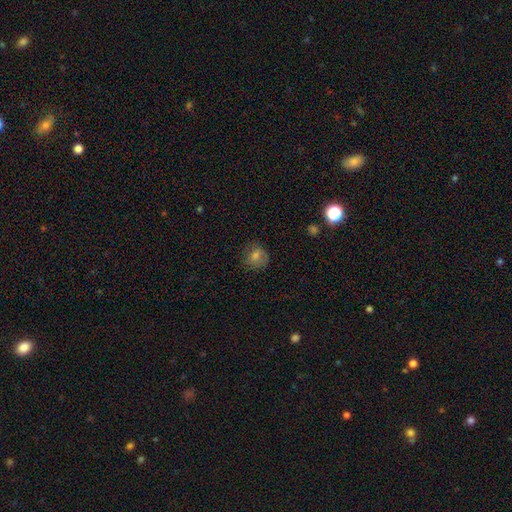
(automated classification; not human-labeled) Overall: smooth (60%; featured or disk 22%). How rounded: round (82%). Merging: none (75%).